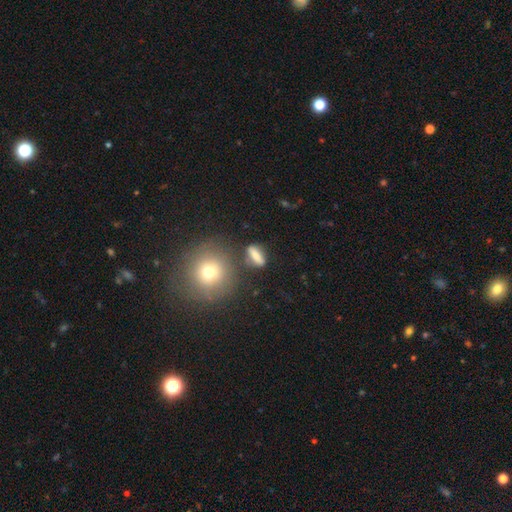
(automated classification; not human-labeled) This appears to be a smooth galaxy with no disk features (67%) that is cigar-shaped (45%). Merging: none (76%).